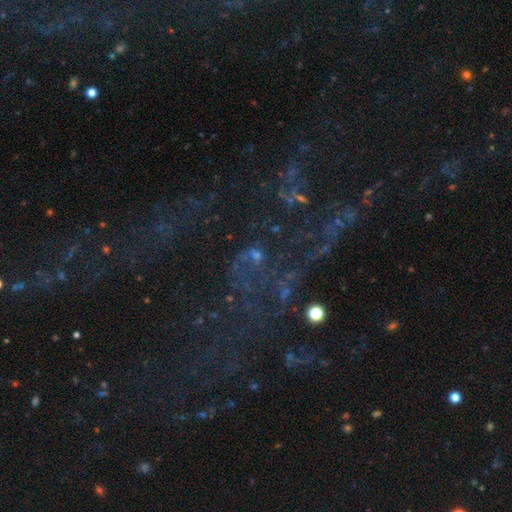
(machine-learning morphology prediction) type=star or artifact (56%).